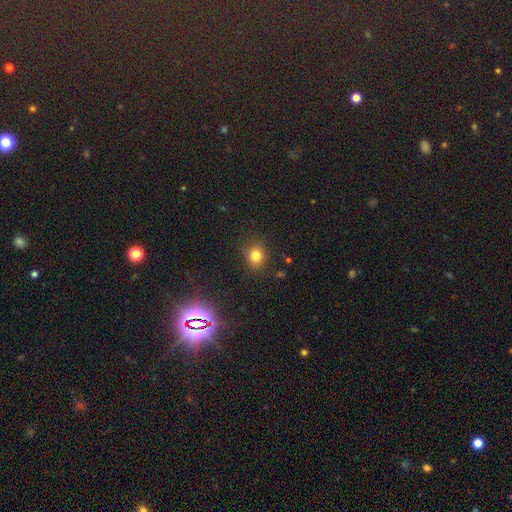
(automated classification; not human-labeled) smooth_or_featured: smooth (p=0.78) [alt: star or artifact p=0.16]
how_rounded: round (p=0.70) [alt: in between p=0.29]
merging: none (p=0.83) [alt: minor disturbance p=0.11]